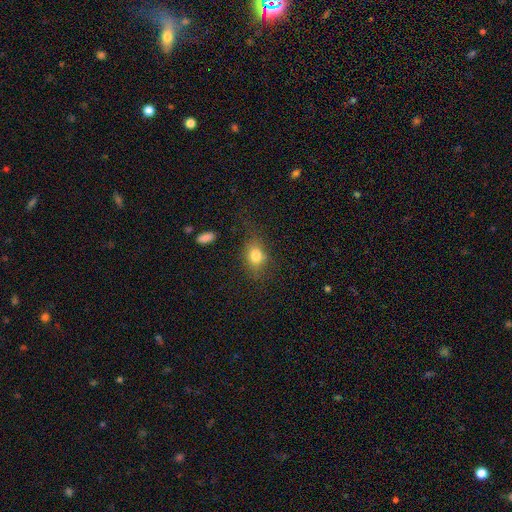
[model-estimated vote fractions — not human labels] Smooth or featured? Predicted: smooth (p=0.79). How rounded? Predicted: in between (p=0.63). Merging? Predicted: none (p=0.65).